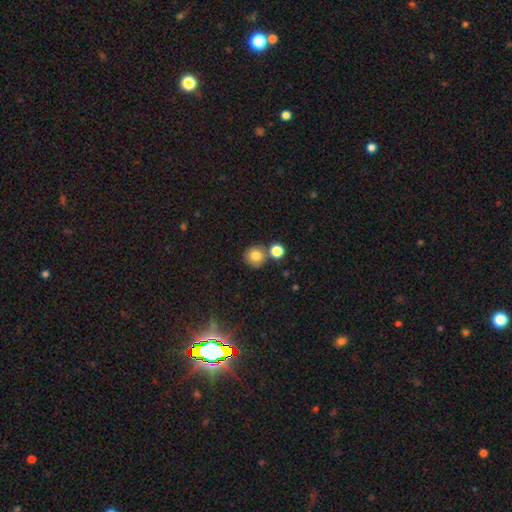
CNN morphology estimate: Overall: smooth (81%). How rounded: round (91%). Merging: none (69%).